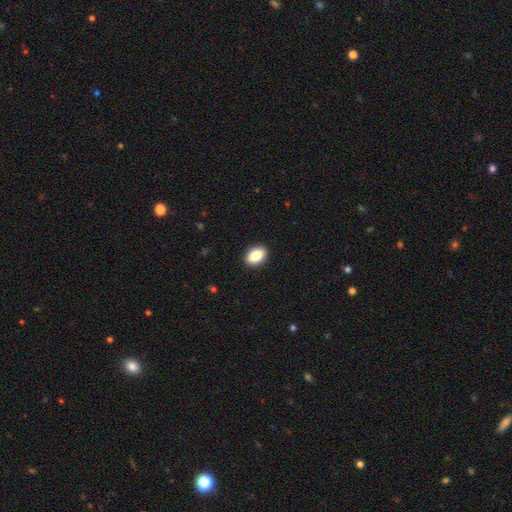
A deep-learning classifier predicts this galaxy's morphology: type=smooth (84%); roundness=in between (81%); merging=none (91%).